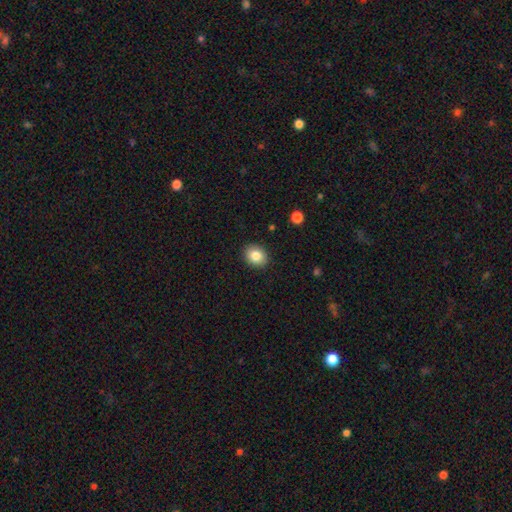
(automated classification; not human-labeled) Q: Smooth or featured?
A: smooth (84%); runner-up: star or artifact (9%)
Q: How rounded?
A: round (61%); runner-up: in between (38%)
Q: Merging?
A: none (90%); runner-up: minor disturbance (7%)